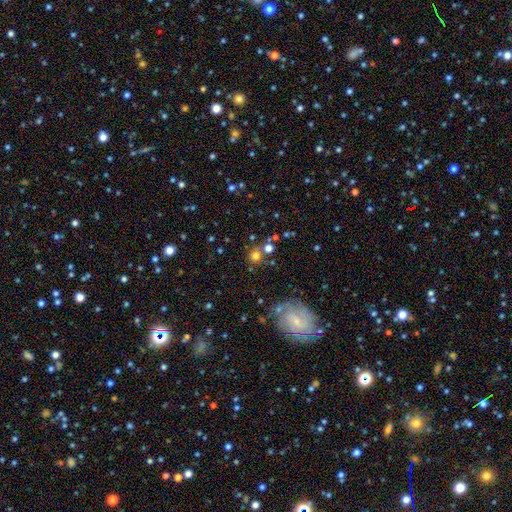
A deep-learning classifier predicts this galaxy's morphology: A smooth galaxy with no disk features (67%) that is round (86%). Merging: none (69%).